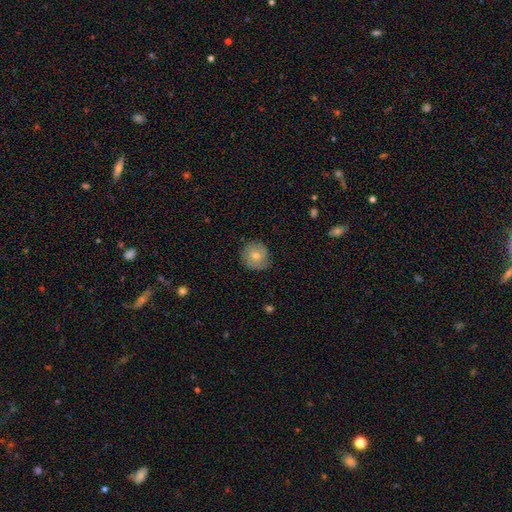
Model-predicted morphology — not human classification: The model was most divided on "smooth or featured": smooth: 51%, featured or disk: 39%, star or artifact: 10%. More confident: how rounded — round (92%); merging — none (81%).